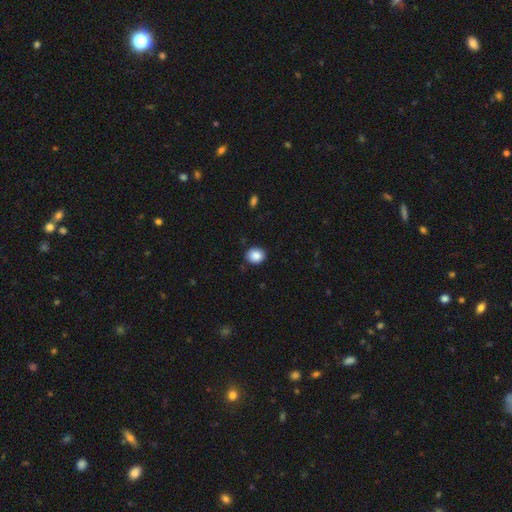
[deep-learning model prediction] This appears to be a smooth galaxy with no disk features (88%) that is round (69%). Merging: none (86%).